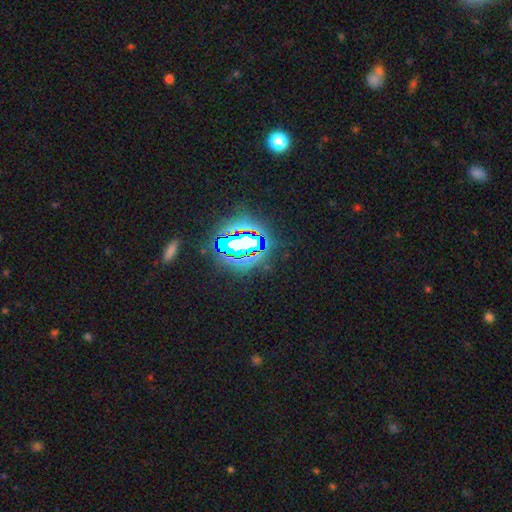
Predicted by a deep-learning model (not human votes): Smooth or featured: star or artifact — 79% (smooth — 12%)